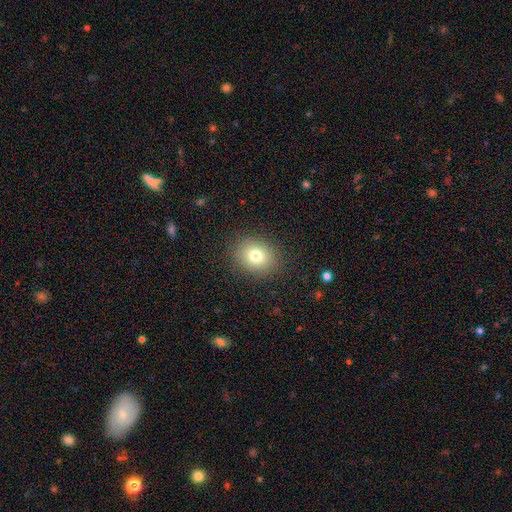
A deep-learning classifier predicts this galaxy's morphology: Overall: smooth (78%). How rounded: round (58%; in between 41%). Merging: none (88%).